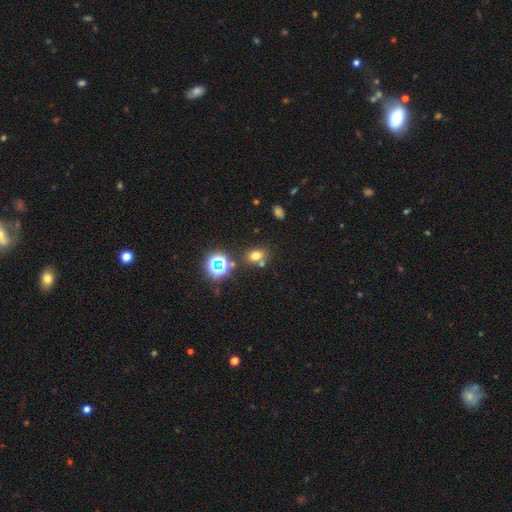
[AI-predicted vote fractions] smooth-or-featured: smooth: 66% | star or artifact: 24% | featured or disk: 10%
  how-rounded: in between: 51% | round: 48% | cigar-shaped: 1%
  merging: none: 68% | merger: 16% | minor disturbance: 12% | major disturbance: 4%